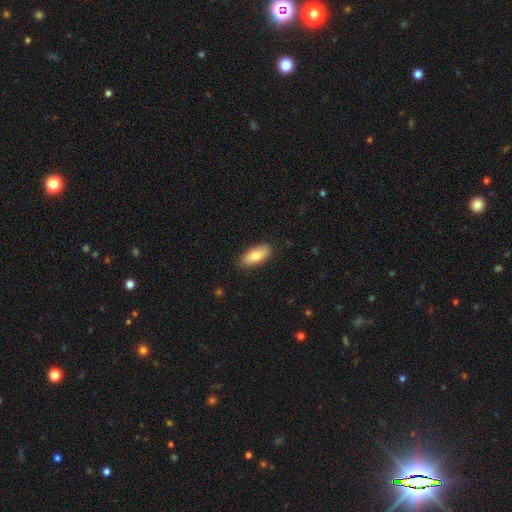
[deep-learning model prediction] Smooth or featured?
  - smooth: 79% *
  - featured or disk: 15%
  - star or artifact: 6%
How rounded?
  - in between: 85% *
  - cigar-shaped: 13%
  - round: 2%
Merging?
  - none: 87% *
  - minor disturbance: 10%
  - major disturbance: 2%
  - merger: 1%